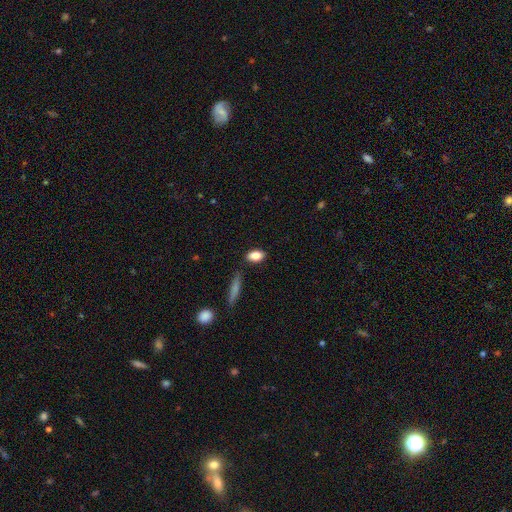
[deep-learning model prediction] A smooth galaxy with no disk features (82%) that is in between round and cigar-shaped (86%). Merging: none (83%).